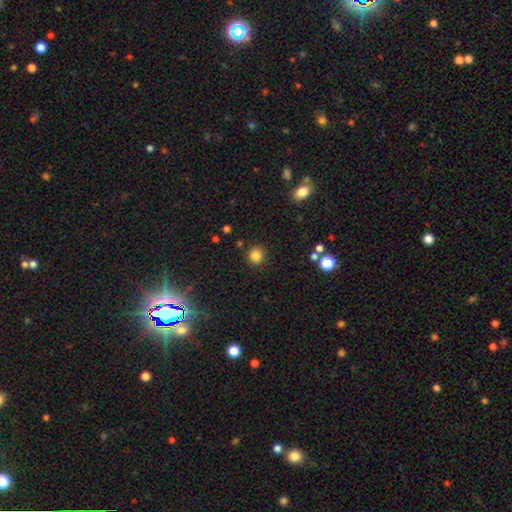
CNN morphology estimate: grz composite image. It shows a smooth galaxy with no disk features (83%) that is round (93%). Merging: none (90%).